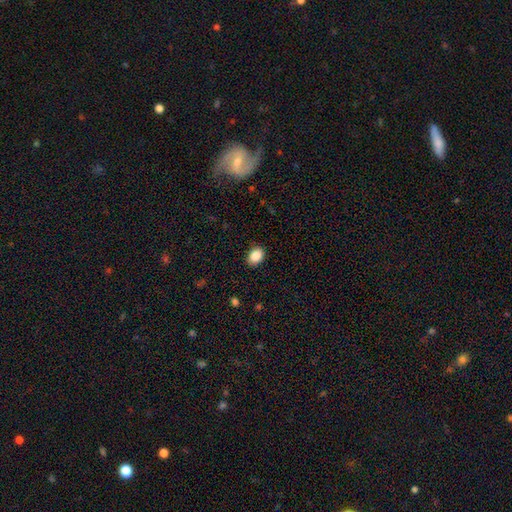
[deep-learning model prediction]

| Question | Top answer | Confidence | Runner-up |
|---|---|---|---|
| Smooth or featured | smooth | 88% | star or artifact (8%) |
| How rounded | in between | 70% | round (29%) |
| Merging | none | 87% | minor disturbance (10%) |